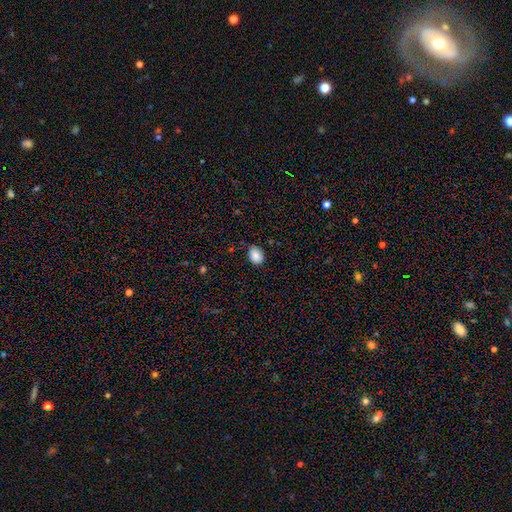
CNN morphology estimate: smooth 87%, star or artifact 8%, featured or disk 5%. Down the decision tree: how rounded — in between (67%); merging — none (78%).